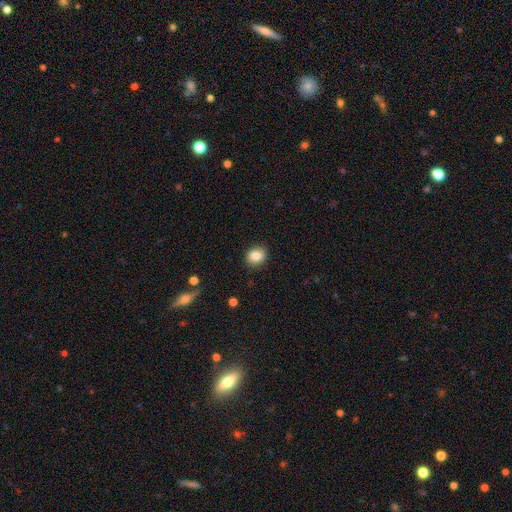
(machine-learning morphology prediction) Q: Smooth or featured?
A: smooth (84%); runner-up: star or artifact (9%)
Q: How rounded?
A: round (55%); runner-up: in between (44%)
Q: Merging?
A: none (87%); runner-up: minor disturbance (9%)